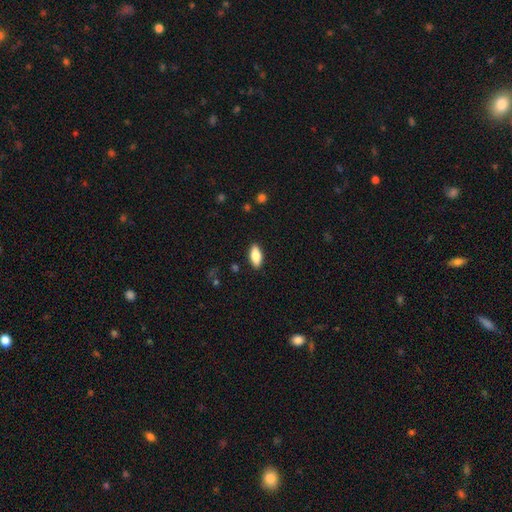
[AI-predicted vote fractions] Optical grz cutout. It shows a smooth galaxy with no disk features (81%) that is in between round and cigar-shaped (84%). Merging: none (88%).